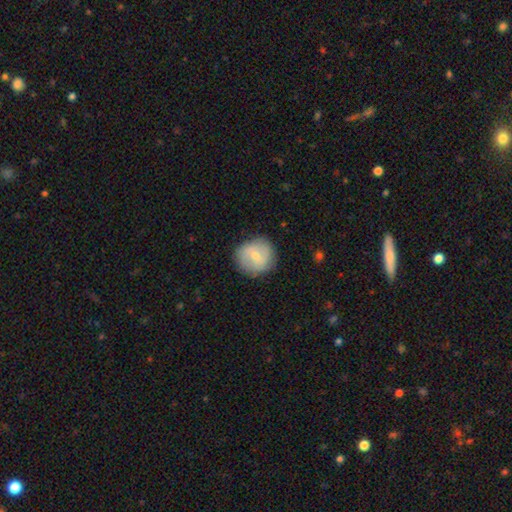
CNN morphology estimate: Smooth or featured: smooth — 56% (featured or disk — 37%)
How rounded: round — 90% (in between — 9%)
Merging: none — 80% (minor disturbance — 14%)